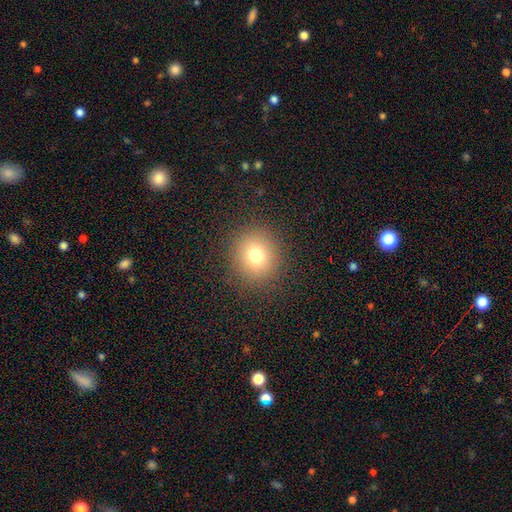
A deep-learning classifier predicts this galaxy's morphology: A smooth galaxy with no disk features (75%) that is round (86%).

Vote fractions:
- Smooth or featured? smooth: 75% / star or artifact: 15% / featured or disk: 10%
- How rounded? round: 86% / in between: 13% / cigar-shaped: 1%
- Merging? none: 88% / minor disturbance: 7% / major disturbance: 4% / merger: 1%